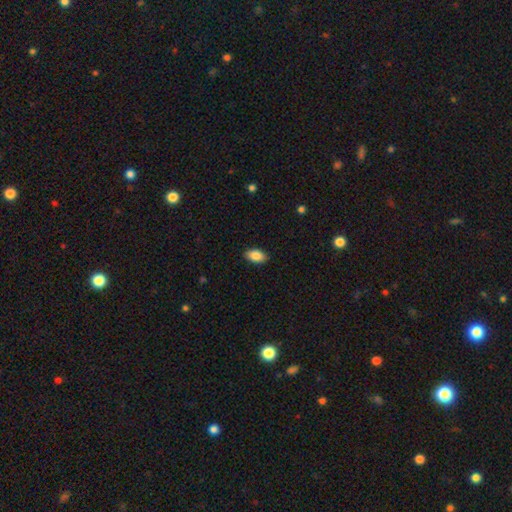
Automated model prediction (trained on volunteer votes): smooth-or-featured: smooth: 86% | star or artifact: 7% | featured or disk: 6%
  how-rounded: in between: 93% | round: 5% | cigar-shaped: 3%
  merging: none: 89% | minor disturbance: 8% | major disturbance: 2% | merger: 1%